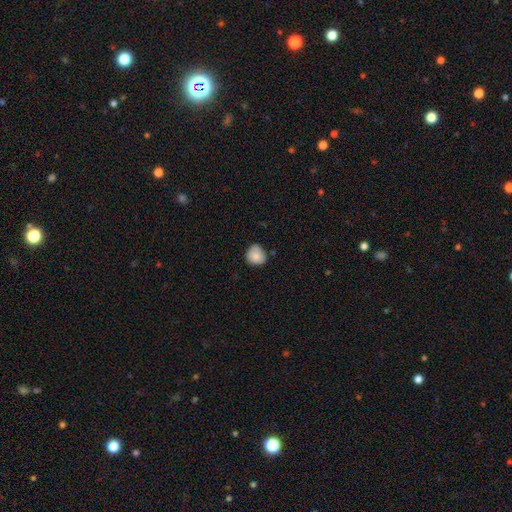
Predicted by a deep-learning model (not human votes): Smooth or featured: smooth — 82% (featured or disk — 10%)
How rounded: round — 79% (in between — 20%)
Merging: none — 64% (minor disturbance — 29%)